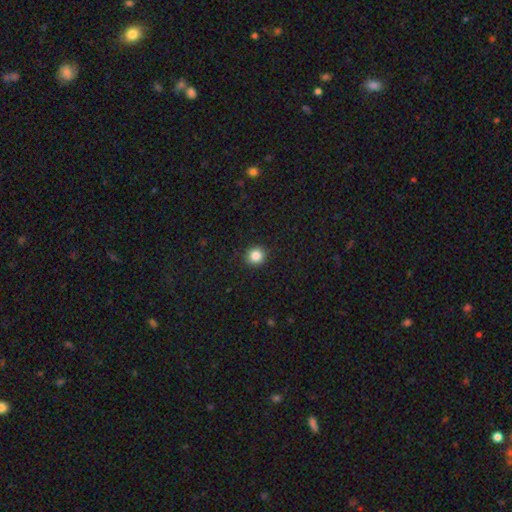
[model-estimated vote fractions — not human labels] Morphology: type=smooth (85%); roundness=round (93%); merging=none (92%).